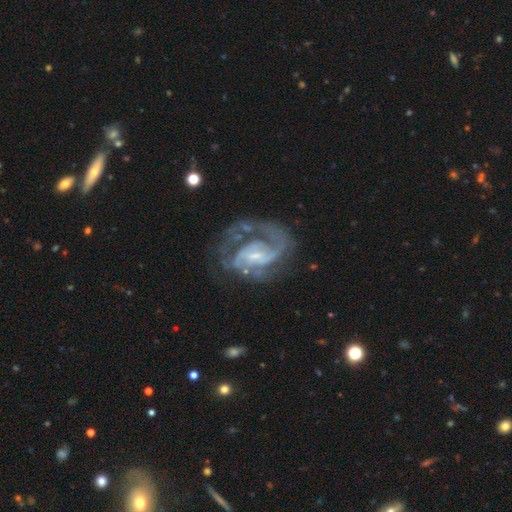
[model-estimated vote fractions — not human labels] A featured or disk galaxy (90%) with a weak bar (51%), 2 (56%) medium (50%) spiral arms (96%) and a small central bulge (67%). Merging: none (53%).